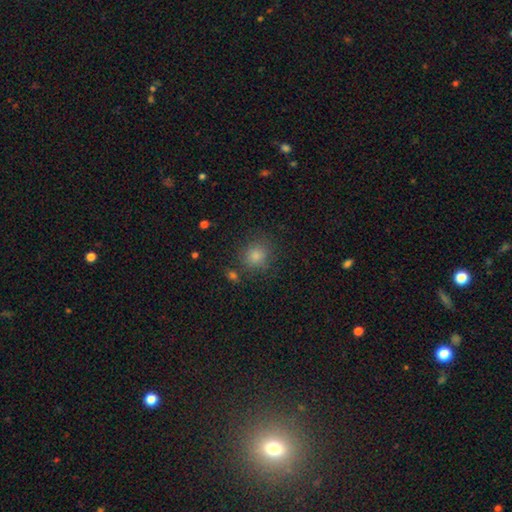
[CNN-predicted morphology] smooth_or_featured: smooth (p=0.76) [alt: star or artifact p=0.18]
how_rounded: round (p=0.85) [alt: in between p=0.14]
merging: none (p=0.84) [alt: minor disturbance p=0.09]